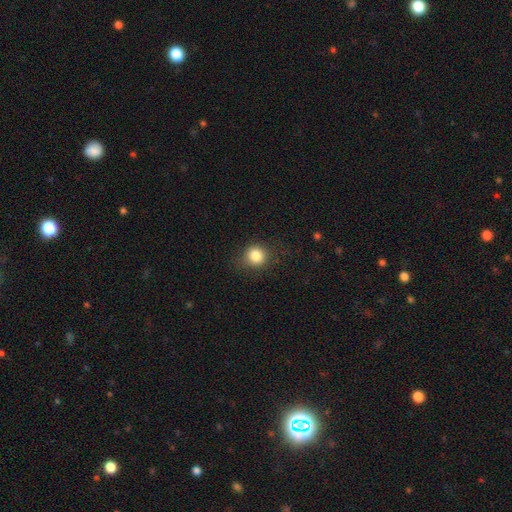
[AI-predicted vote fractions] Smooth or featured: smooth — 84% (star or artifact — 11%)
How rounded: round — 83% (in between — 16%)
Merging: none — 80% (minor disturbance — 15%)